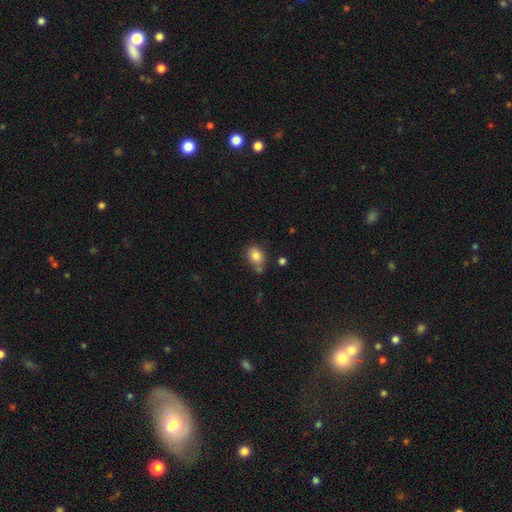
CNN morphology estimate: smooth 83%, star or artifact 9%, featured or disk 8%. Down the decision tree: how rounded — in between (57%); merging — none (65%).